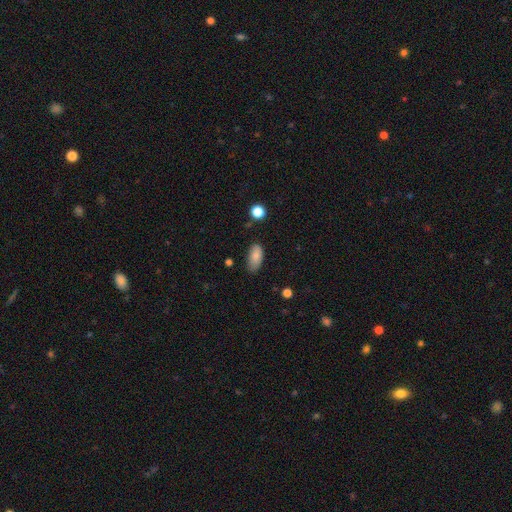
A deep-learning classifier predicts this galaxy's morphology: This is clearly a smooth galaxy (85%). How rounded: clearly in between (91%). Merging: likely none (71%).